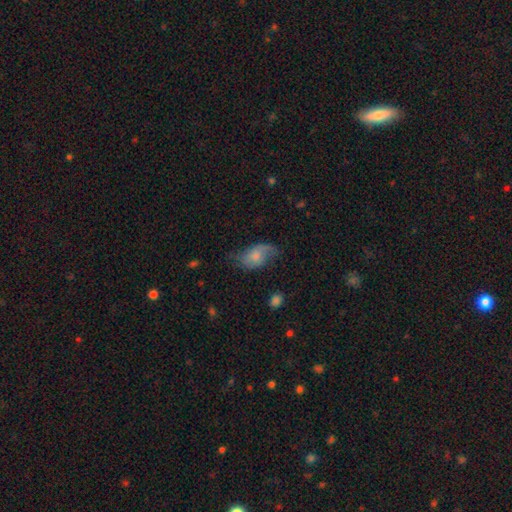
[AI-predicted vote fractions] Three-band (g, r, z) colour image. It shows a smooth galaxy with no disk features (54%) that is in between round and cigar-shaped (91%). Merging: none (45%).